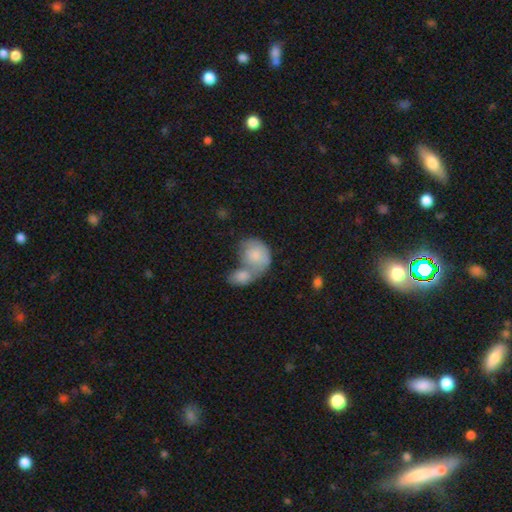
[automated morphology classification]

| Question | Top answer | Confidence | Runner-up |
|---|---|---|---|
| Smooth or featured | smooth | 76% | featured or disk (18%) |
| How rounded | round | 49% | tied: in between (49%) |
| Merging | merger | 67% | none (16%) |